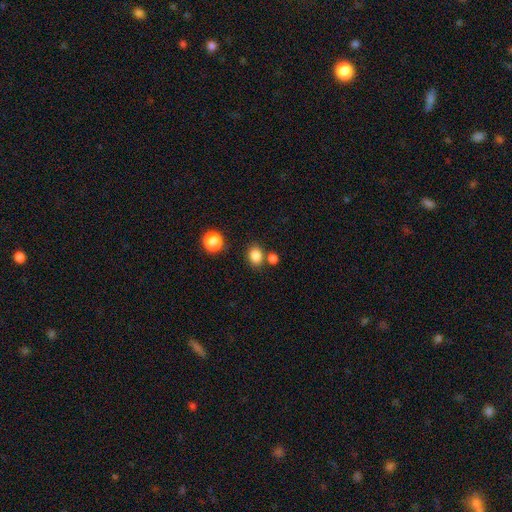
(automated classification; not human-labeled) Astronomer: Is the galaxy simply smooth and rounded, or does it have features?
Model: smooth — 83%.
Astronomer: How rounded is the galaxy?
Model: round — 56% (runner-up: in between, 43%).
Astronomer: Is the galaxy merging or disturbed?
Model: none — 73%.